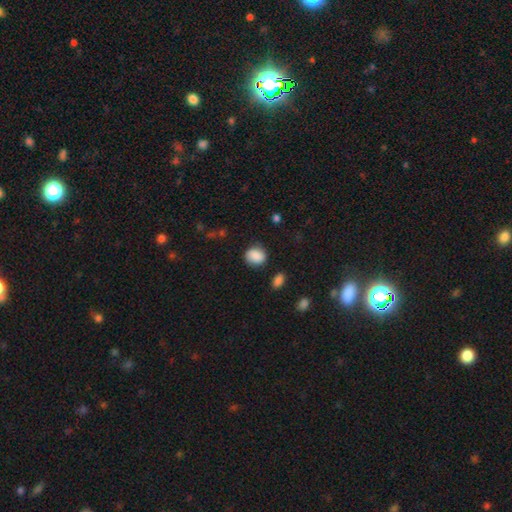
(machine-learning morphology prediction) Smooth or featured: smooth — 87% (star or artifact — 8%)
How rounded: round — 69% (in between — 30%)
Merging: none — 80% (minor disturbance — 13%)